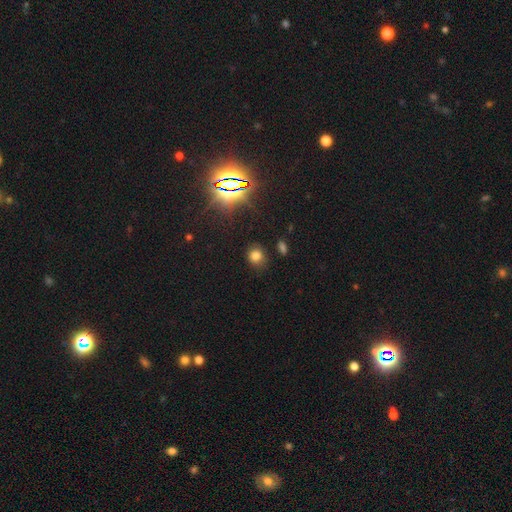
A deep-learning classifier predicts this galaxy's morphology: Overall: smooth (73%). How rounded: round (74%). Merging: none (82%).